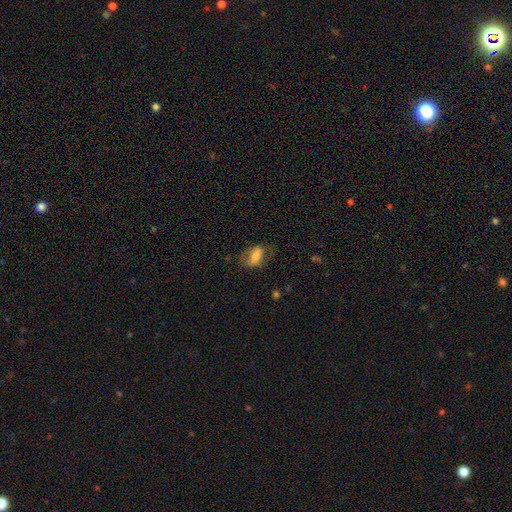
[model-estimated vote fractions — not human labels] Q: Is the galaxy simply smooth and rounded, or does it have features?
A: smooth — 59%.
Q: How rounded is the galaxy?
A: in between — 83%.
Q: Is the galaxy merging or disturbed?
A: none — 60%.